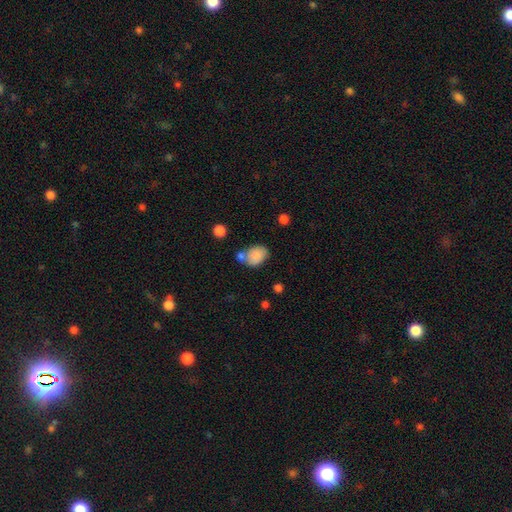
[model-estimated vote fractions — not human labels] Smooth or featured? smooth (83%)
How rounded? in between (69%)
Merging? none (50%)